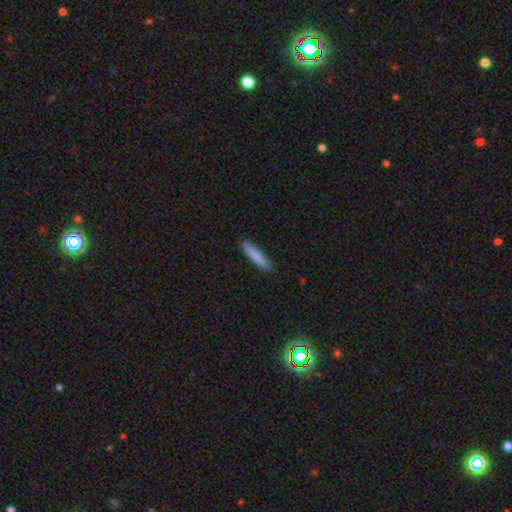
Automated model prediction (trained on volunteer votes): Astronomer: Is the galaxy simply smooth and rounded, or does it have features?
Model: smooth — 84%.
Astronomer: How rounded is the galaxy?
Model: cigar-shaped — 89%.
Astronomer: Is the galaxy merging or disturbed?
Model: none — 89%.